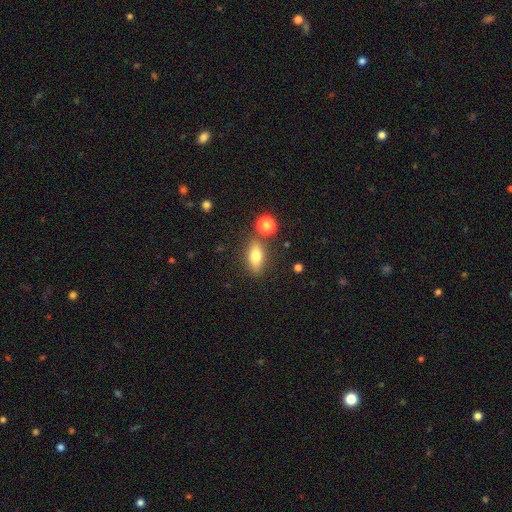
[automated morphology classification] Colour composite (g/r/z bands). It shows a smooth galaxy with no disk features (72%) that is in between round and cigar-shaped (75%). Merging: none (78%).